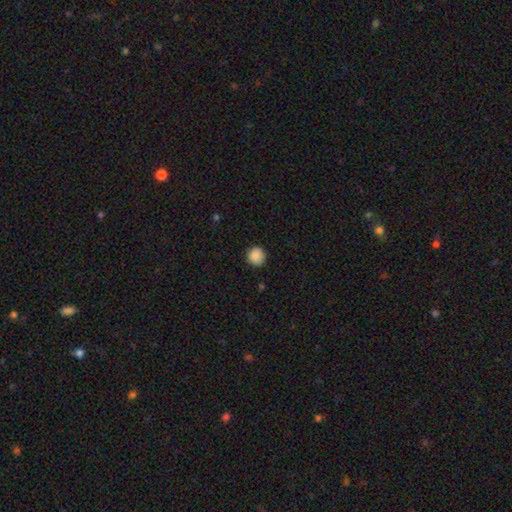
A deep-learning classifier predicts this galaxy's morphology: This appears to be a smooth galaxy with no disk features (89%) that is round (92%). Merging: none (89%).